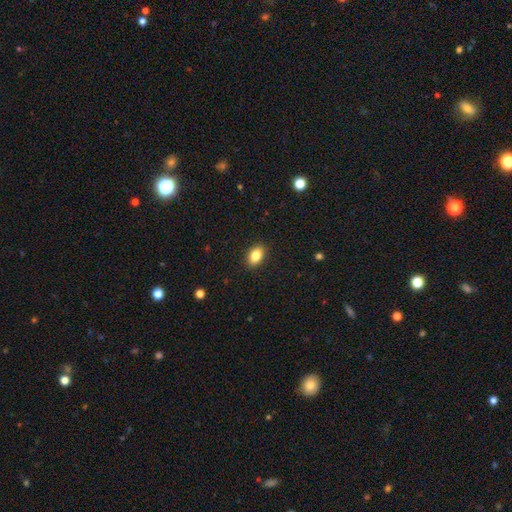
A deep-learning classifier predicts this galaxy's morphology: Smooth or featured?
  - smooth: 84% *
  - star or artifact: 8%
  - featured or disk: 7%
How rounded?
  - in between: 86% *
  - round: 12%
  - cigar-shaped: 2%
Merging?
  - none: 90% *
  - minor disturbance: 7%
  - major disturbance: 2%
  - merger: 1%